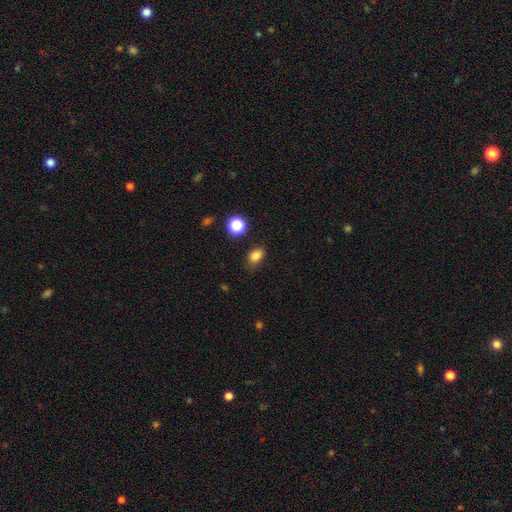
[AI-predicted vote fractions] Morphology: type=smooth (83%); roundness=in between (75%); merging=none (76%).